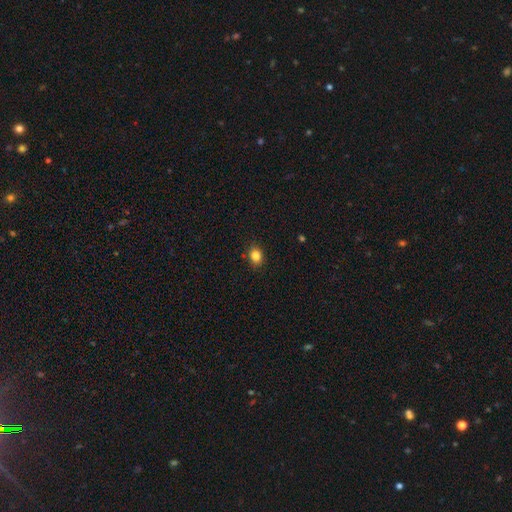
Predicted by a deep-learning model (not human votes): Smooth or featured? Predicted: smooth (p=0.84). How rounded? Predicted: in between (p=0.50). Merging? Predicted: none (p=0.87).